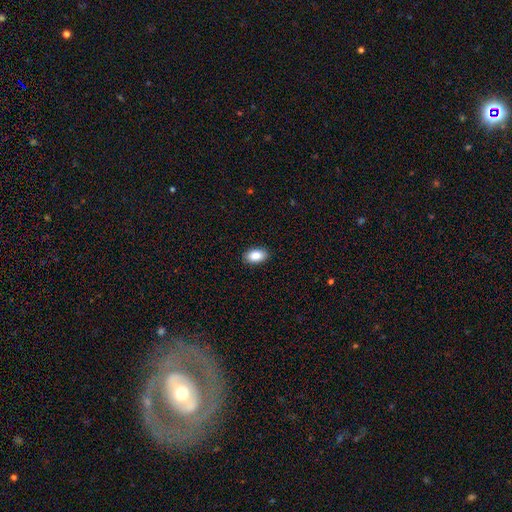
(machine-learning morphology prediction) Smooth or featured: smooth — 88% (star or artifact — 7%)
How rounded: in between — 93% (round — 5%)
Merging: none — 89% (minor disturbance — 8%)